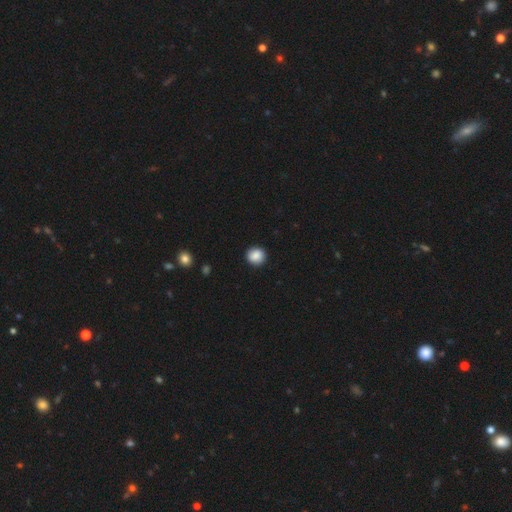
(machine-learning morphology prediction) Smooth or featured: smooth — 87% (star or artifact — 8%)
How rounded: round — 87% (in between — 12%)
Merging: none — 89% (minor disturbance — 8%)